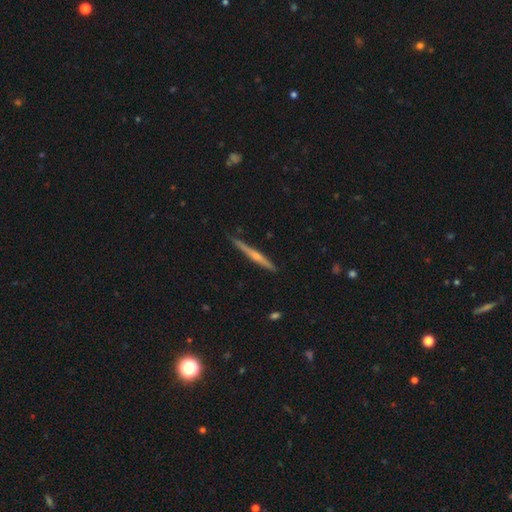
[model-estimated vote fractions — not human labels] Morphology: type=featured or disk (66%); edge-on=yes (98%); edge-on bulge=rounded (65%); merging=none (89%).